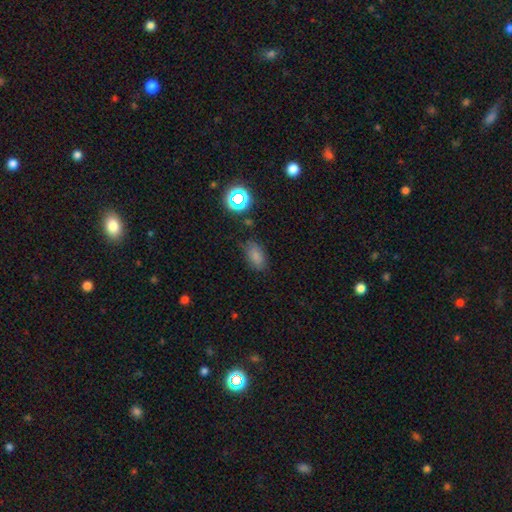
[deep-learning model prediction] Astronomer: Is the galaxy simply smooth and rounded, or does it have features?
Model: smooth — 77%.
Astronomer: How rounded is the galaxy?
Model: in between — 88%.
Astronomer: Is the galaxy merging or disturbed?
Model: none — 72%.